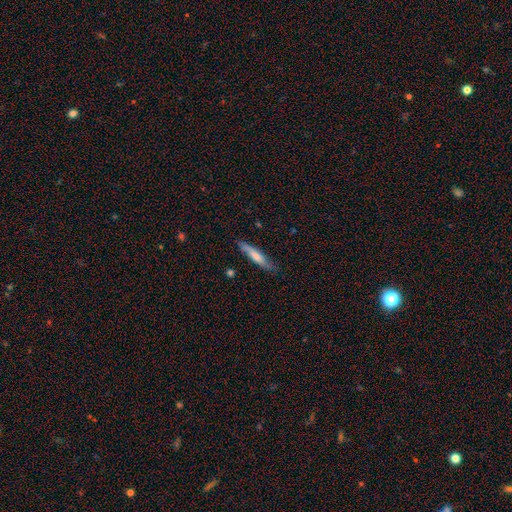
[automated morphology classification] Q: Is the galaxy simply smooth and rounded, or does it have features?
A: smooth — 65%.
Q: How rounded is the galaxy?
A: cigar-shaped — 84%.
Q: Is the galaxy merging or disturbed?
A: none — 77%.